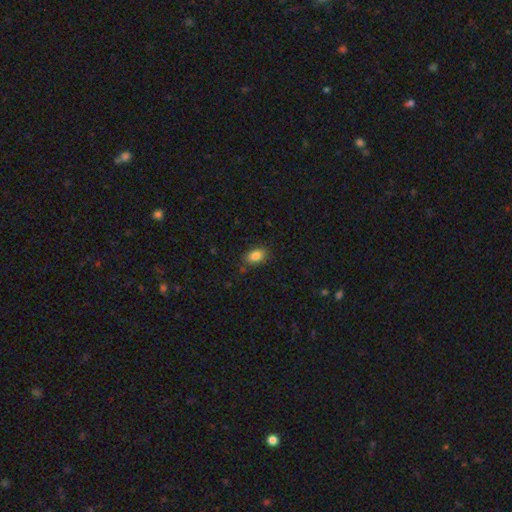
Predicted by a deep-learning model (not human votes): This appears to be a smooth galaxy with no disk features (85%) that is in between round and cigar-shaped (86%). Merging: none (83%).